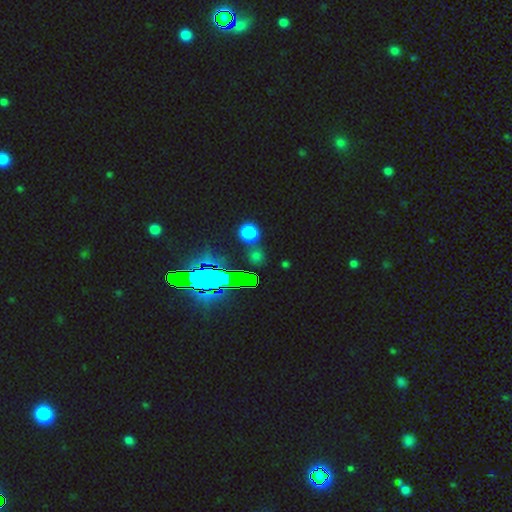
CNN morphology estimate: The model was most divided on "smooth or featured": smooth: 51%, star or artifact: 39%, featured or disk: 9%. More confident: how rounded — round (83%); merging — none (80%).